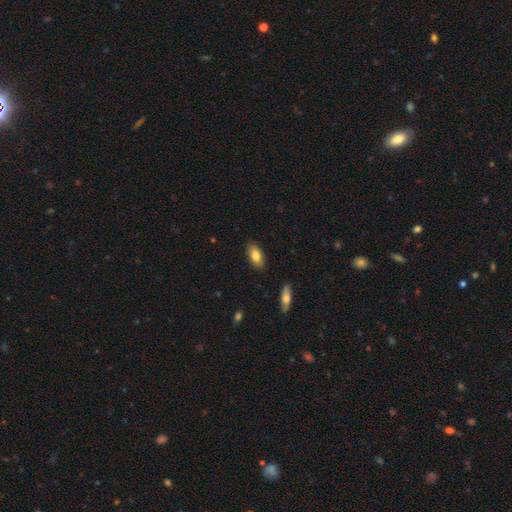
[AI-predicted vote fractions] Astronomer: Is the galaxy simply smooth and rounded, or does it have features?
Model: smooth — 81%.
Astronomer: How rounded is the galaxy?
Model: in between — 89%.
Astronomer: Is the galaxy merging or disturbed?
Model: none — 87%.